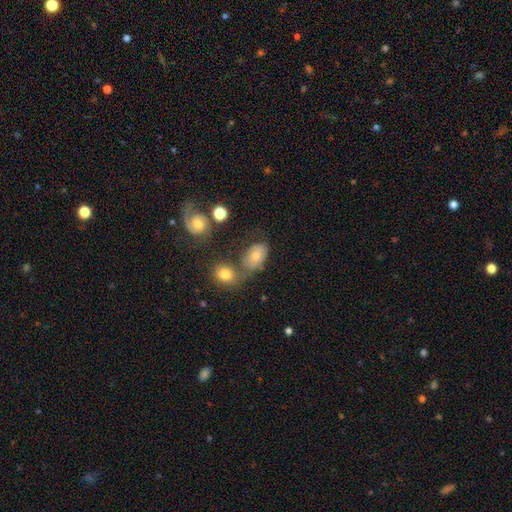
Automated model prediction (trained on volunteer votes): smooth 56%, featured or disk 32%, star or artifact 12%. Down the decision tree: how rounded — in between (79%); merging — none (45%).